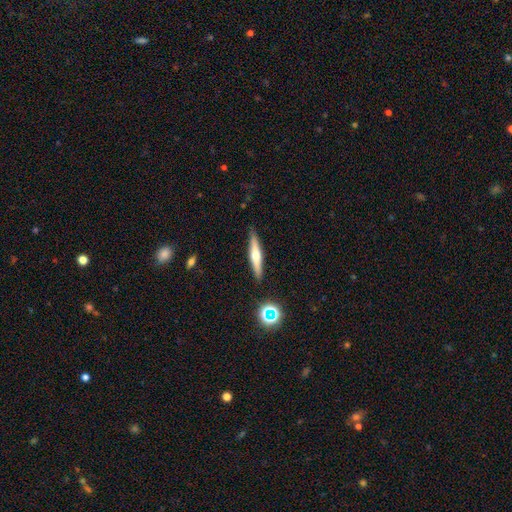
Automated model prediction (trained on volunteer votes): Q: Smooth or featured?
A: featured or disk (52%); runner-up: smooth (40%)
Q: Edge-on disk?
A: yes (95%); runner-up: no (5%)
Q: Merging?
A: none (89%); runner-up: minor disturbance (8%)